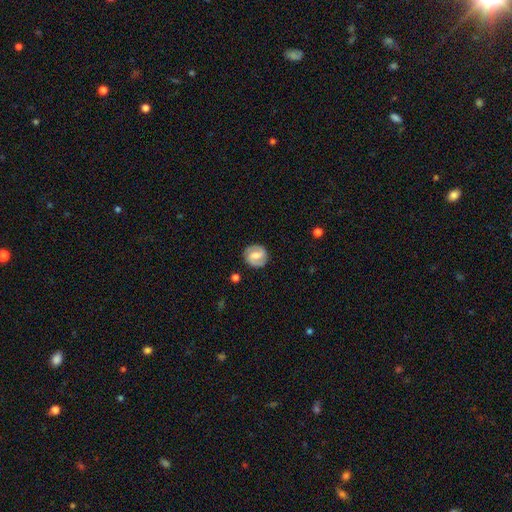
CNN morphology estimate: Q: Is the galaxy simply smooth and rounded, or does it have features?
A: featured or disk — 66%.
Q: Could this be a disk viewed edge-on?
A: no — 98%.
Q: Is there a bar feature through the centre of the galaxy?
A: weak — 51%.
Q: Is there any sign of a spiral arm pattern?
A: yes — 89%.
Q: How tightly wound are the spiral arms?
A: medium — 43%.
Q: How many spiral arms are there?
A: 2 — 87%.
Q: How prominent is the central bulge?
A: moderate — 51%.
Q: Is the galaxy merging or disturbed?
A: none — 85%.